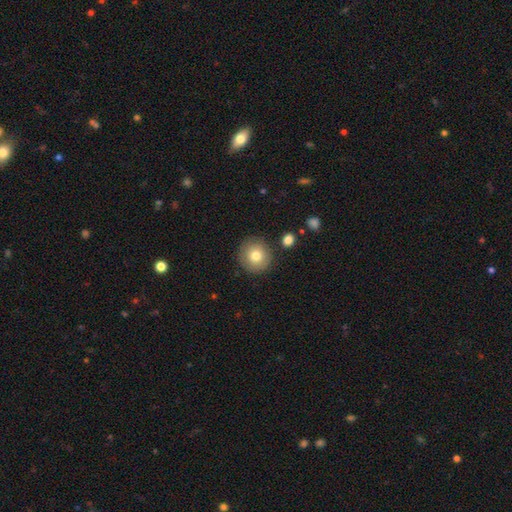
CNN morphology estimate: type=smooth (76%); roundness=round (93%); merging=none (86%).